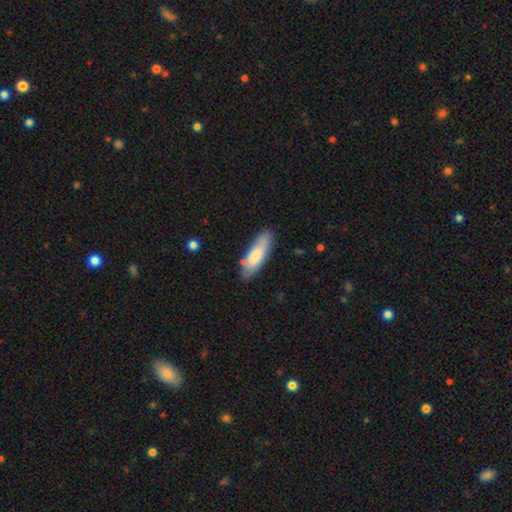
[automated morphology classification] Smooth or featured? smooth (74%)
How rounded? in between (54%)
Merging? none (77%)